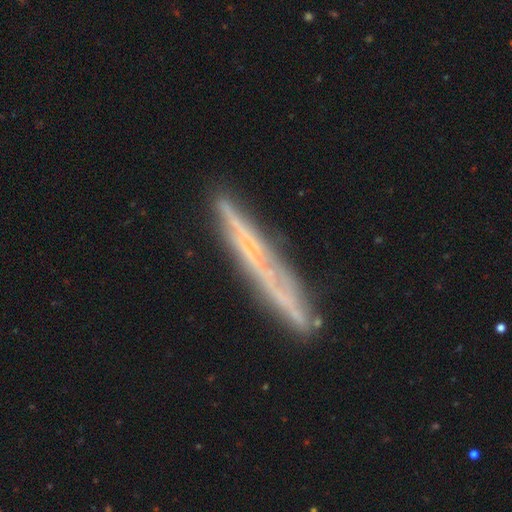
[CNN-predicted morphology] This is possibly a featured or disk galaxy (60%). It is clearly viewed edge-on (87%). Edge-on bulge: clearly none (84%). Merging: clearly none (80%).